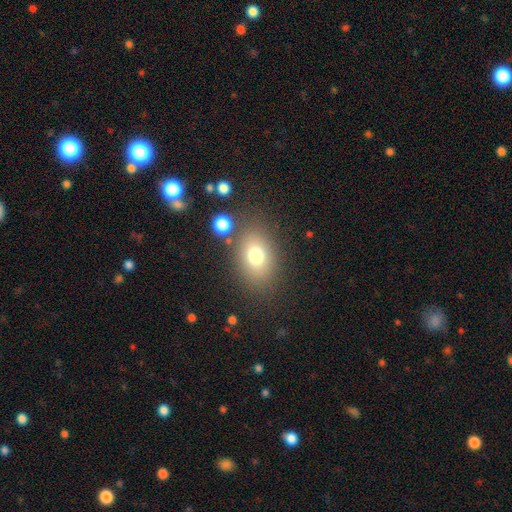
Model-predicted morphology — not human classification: Q: Smooth or featured?
A: smooth (75%); runner-up: star or artifact (13%)
Q: How rounded?
A: in between (72%); runner-up: round (27%)
Q: Merging?
A: none (77%); runner-up: minor disturbance (11%)